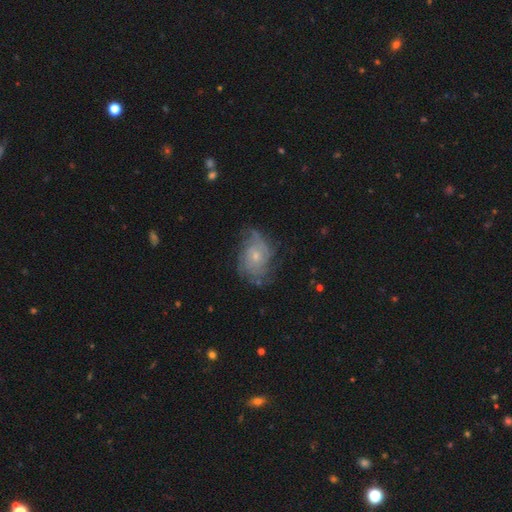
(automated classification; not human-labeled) This appears to be a featured or disk galaxy (75%) with no bar (78%), tight (44%) spiral arms (89%) and a small central bulge (69%). Merging: none (61%).